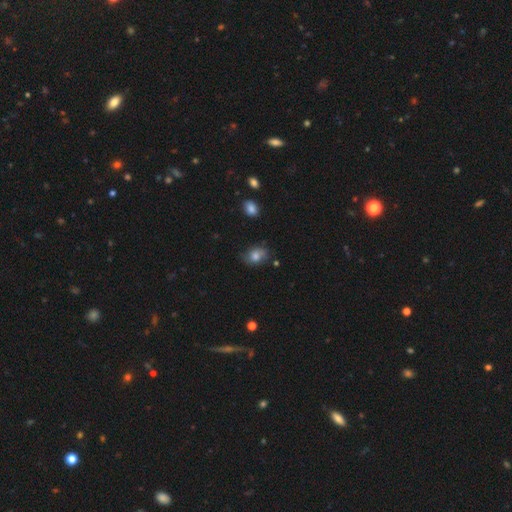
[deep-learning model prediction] A smooth galaxy with no disk features (74%) that is in between round and cigar-shaped (70%).

Vote fractions:
- Smooth or featured? smooth: 74% / featured or disk: 16% / star or artifact: 10%
- How rounded? in between: 70% / round: 29% / cigar-shaped: 1%
- Merging? none: 69% / minor disturbance: 23% / major disturbance: 5% / merger: 3%